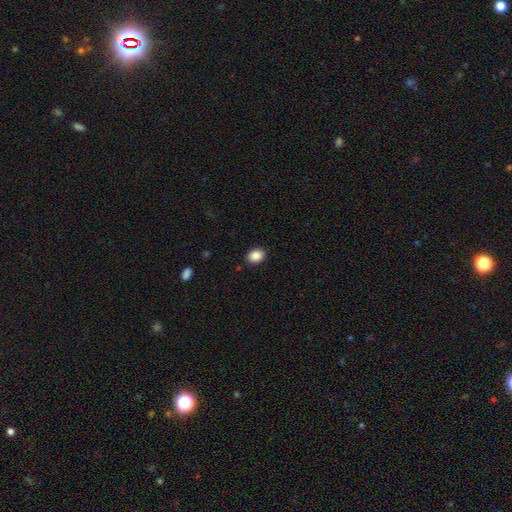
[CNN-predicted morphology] smooth_or_featured: smooth (p=0.89) [alt: star or artifact p=0.08]
how_rounded: in between (p=0.69) [alt: round p=0.30]
merging: none (p=0.89) [alt: minor disturbance p=0.08]